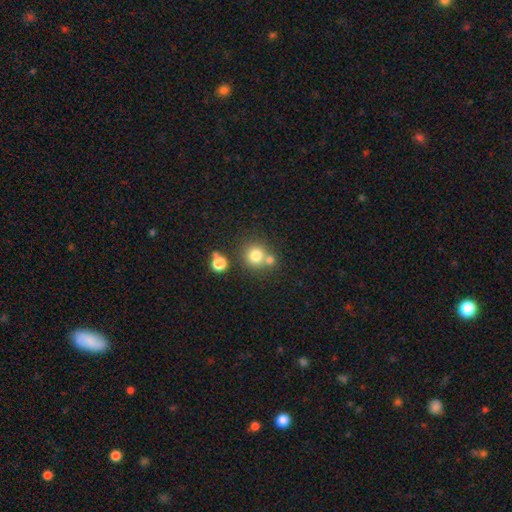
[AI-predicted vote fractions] Q: Smooth or featured?
A: smooth (77%); runner-up: star or artifact (13%)
Q: How rounded?
A: round (90%); runner-up: in between (9%)
Q: Merging?
A: none (59%); runner-up: merger (30%)